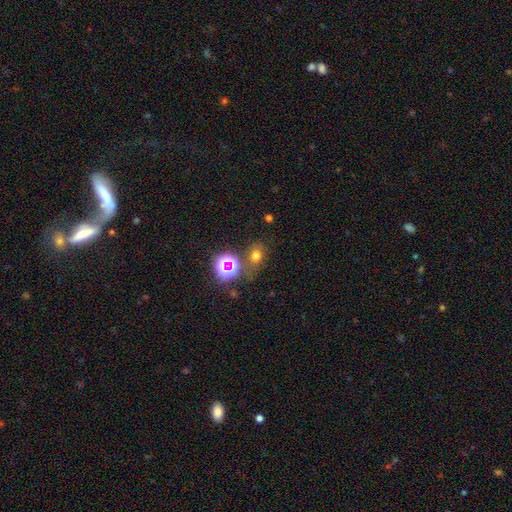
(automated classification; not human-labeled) Smooth or featured? smooth (62%)
How rounded? round (55%)
Merging? none (72%)